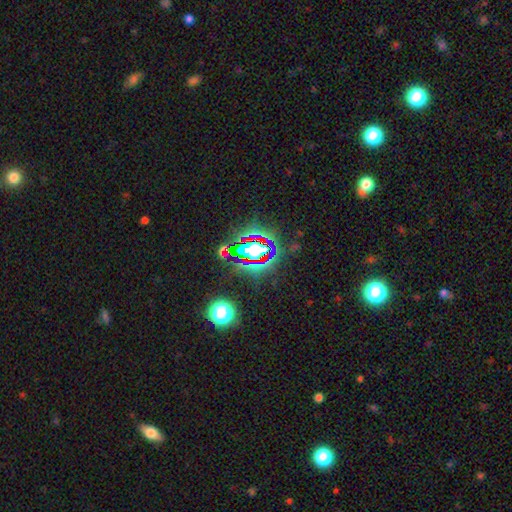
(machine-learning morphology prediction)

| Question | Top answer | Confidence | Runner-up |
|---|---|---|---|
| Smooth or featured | star or artifact | 75% | smooth (14%) |